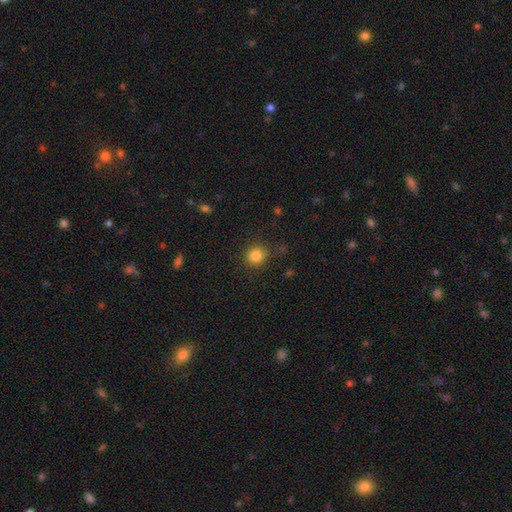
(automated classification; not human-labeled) Smooth or featured?
  - smooth: 84% *
  - star or artifact: 12%
  - featured or disk: 4%
How rounded?
  - round: 91% *
  - in between: 8%
  - cigar-shaped: 1%
Merging?
  - none: 85% *
  - minor disturbance: 10%
  - major disturbance: 3%
  - merger: 2%